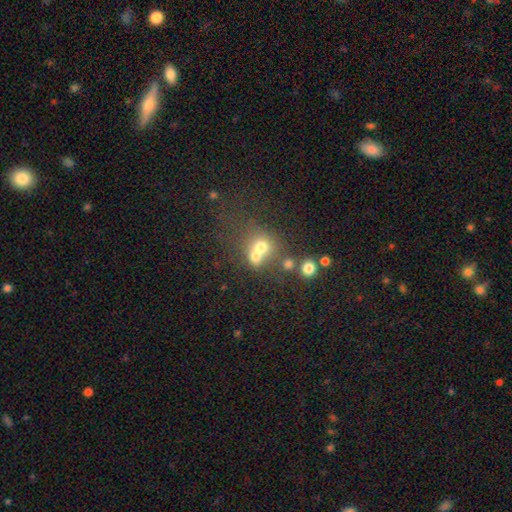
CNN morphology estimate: The model was most divided on "merging": merger: 56%, none: 32%, minor disturbance: 7%, major disturbance: 5%. More confident: how rounded — round (73%); smooth or featured — smooth (65%).